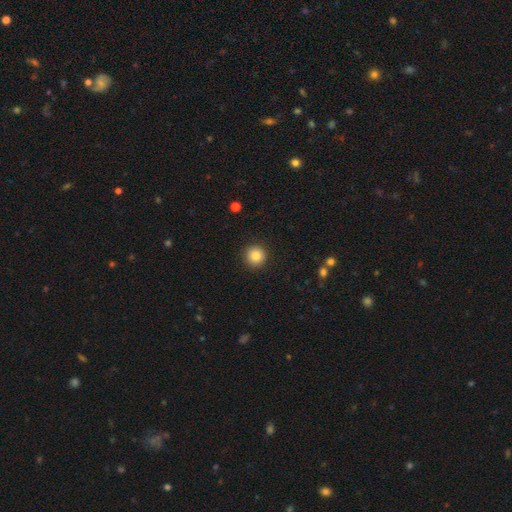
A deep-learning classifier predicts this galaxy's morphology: smooth-or-featured: smooth: 85% | star or artifact: 10% | featured or disk: 6%
  how-rounded: round: 95% | in between: 4% | cigar-shaped: 1%
  merging: none: 92% | minor disturbance: 5% | major disturbance: 2% | merger: 1%